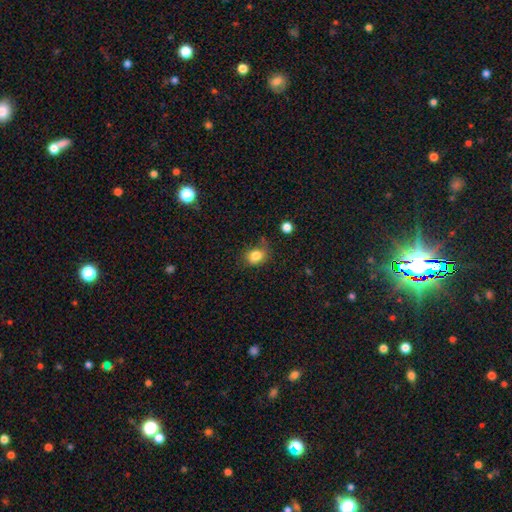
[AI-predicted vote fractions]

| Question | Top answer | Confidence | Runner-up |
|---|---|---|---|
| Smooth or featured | smooth | 83% | star or artifact (10%) |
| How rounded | round | 52% | in between (47%) |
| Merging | none | 63% | minor disturbance (24%) |